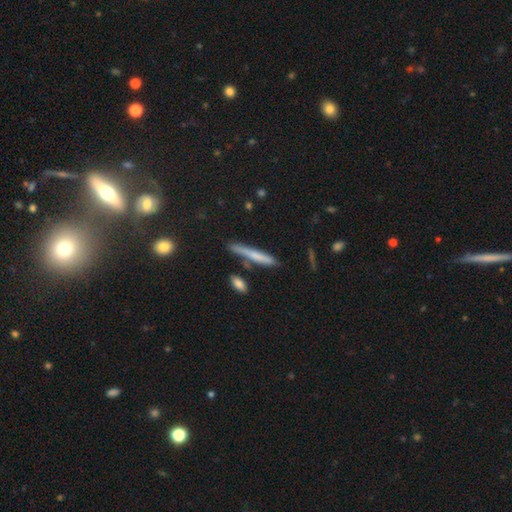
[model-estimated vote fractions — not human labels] A smooth galaxy with no disk features (63%) that is cigar-shaped (93%). Merging: none (75%).